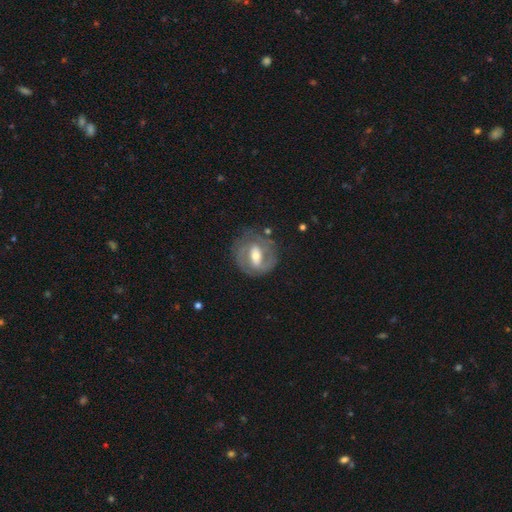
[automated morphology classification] type=featured or disk (77%); edge-on=no (96%); bar=strong (42%); spiral arms=yes (80%); winding=tight (51%); arm count=2 (70%); bulge=moderate (65%); merging=none (71%).